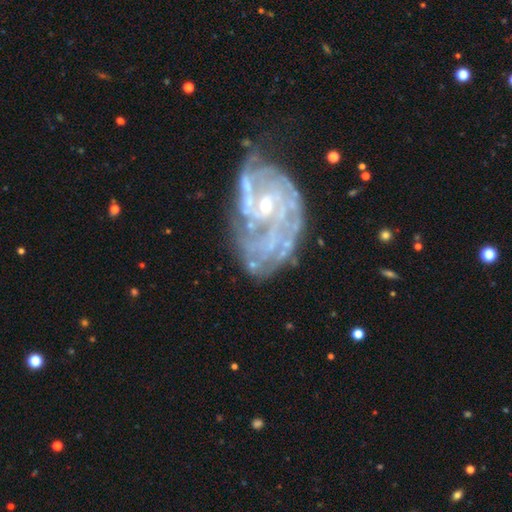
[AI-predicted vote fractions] This appears to be a featured or disk galaxy (84%) with no bar (62%), tight (52%) spiral arms (84%) and a small central bulge (60%). Merging: none (48%).